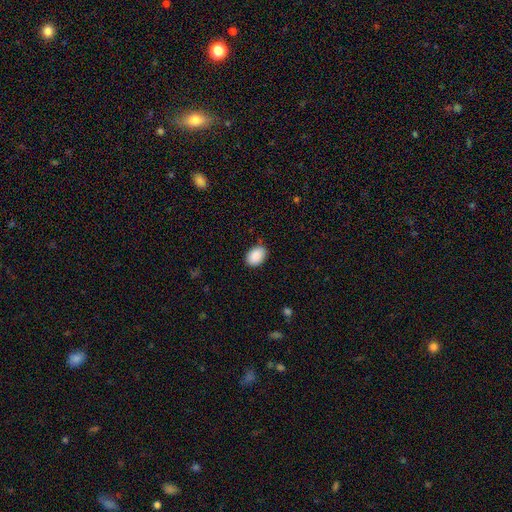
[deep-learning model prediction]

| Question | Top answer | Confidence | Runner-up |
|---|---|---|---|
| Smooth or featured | smooth | 90% | star or artifact (7%) |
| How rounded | in between | 83% | round (16%) |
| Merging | none | 86% | minor disturbance (11%) |